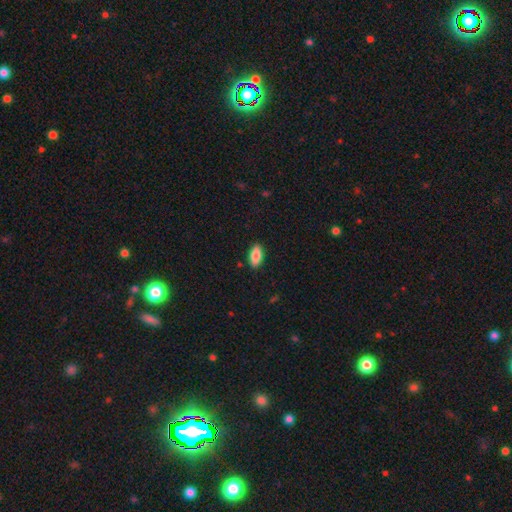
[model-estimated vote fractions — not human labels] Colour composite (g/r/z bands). It shows a smooth galaxy with no disk features (85%) that is in between round and cigar-shaped (87%). Merging: none (89%).